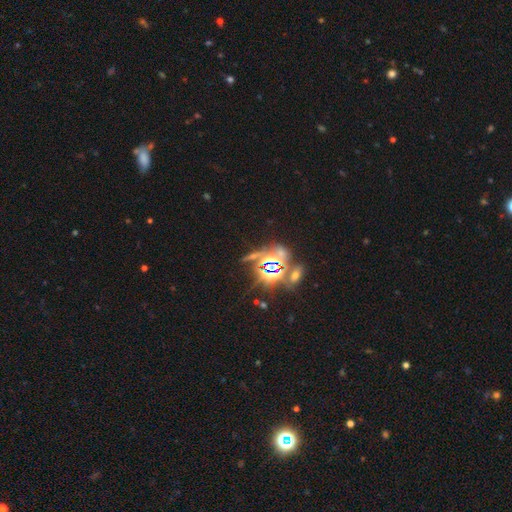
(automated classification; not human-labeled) Smooth or featured? star or artifact (78%)